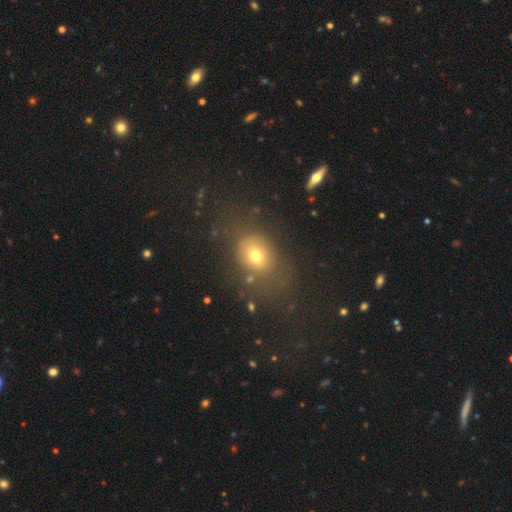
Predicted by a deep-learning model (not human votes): Smooth or featured?
  - smooth: 67% *
  - star or artifact: 18%
  - featured or disk: 15%
How rounded?
  - in between: 57% *
  - round: 41%
  - cigar-shaped: 2%
Merging?
  - none: 63% *
  - minor disturbance: 18%
  - major disturbance: 14%
  - merger: 5%